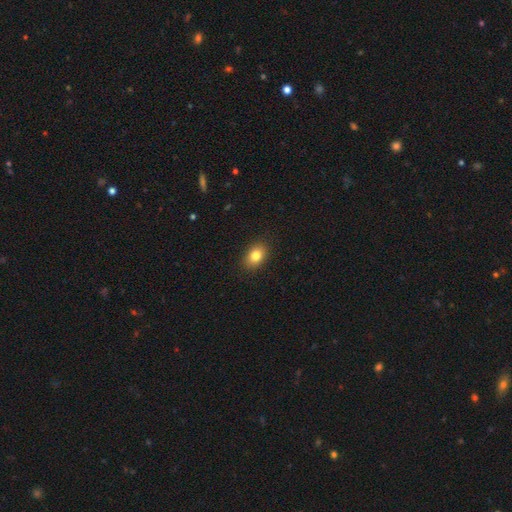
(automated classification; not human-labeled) This appears to be a smooth galaxy with no disk features (82%) that is in between round and cigar-shaped (71%). Merging: none (88%).